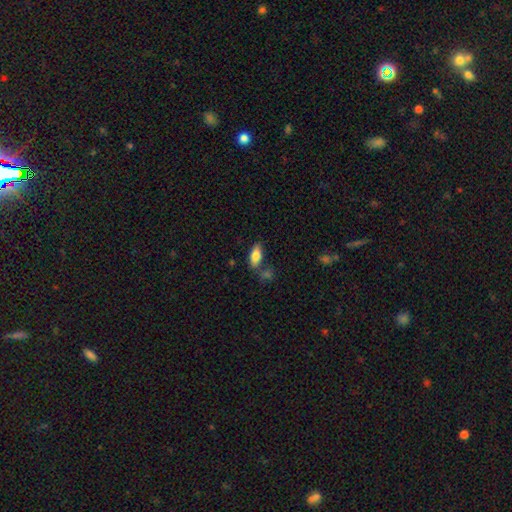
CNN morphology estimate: smooth 78%, featured or disk 15%, star or artifact 7%. Down the decision tree: how rounded — in between (83%); merging — none (69%).